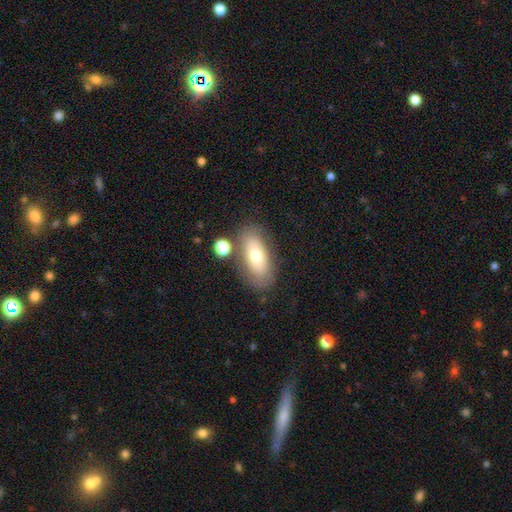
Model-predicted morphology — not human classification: type=smooth (64%); roundness=in between (86%); merging=none (73%).